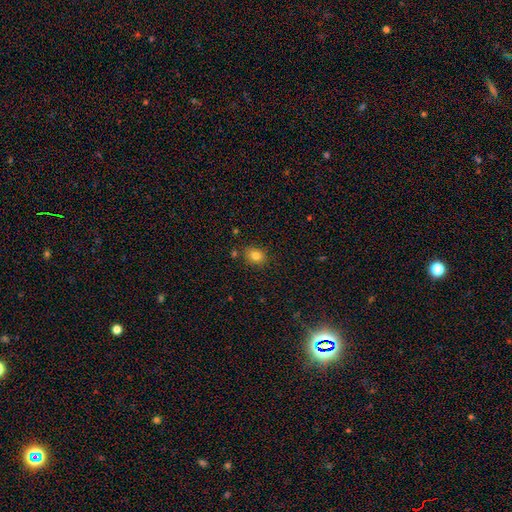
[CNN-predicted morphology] Smooth or featured: smooth — 81% (star or artifact — 12%)
How rounded: in between — 53% (round — 46%)
Merging: none — 82% (minor disturbance — 11%)